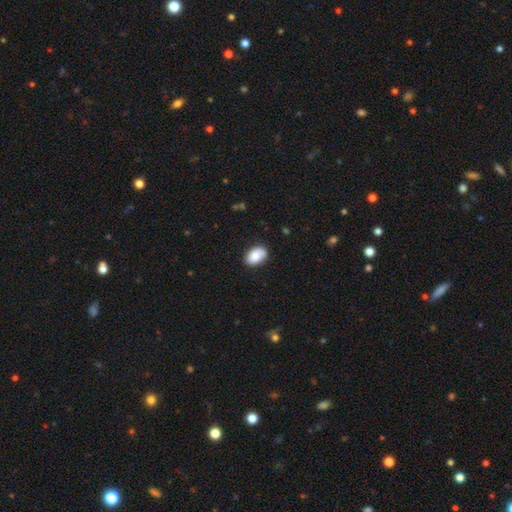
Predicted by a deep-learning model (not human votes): Smooth or featured? smooth (81%)
How rounded? in between (86%)
Merging? none (79%)